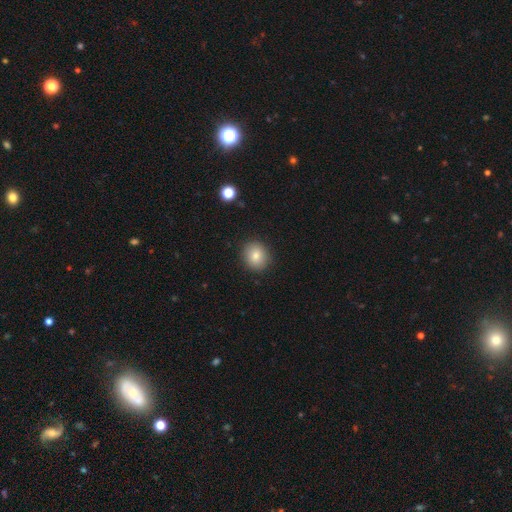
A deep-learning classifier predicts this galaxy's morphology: Smooth or featured: smooth — 81% (star or artifact — 10%)
How rounded: round — 79% (in between — 21%)
Merging: none — 90% (minor disturbance — 7%)